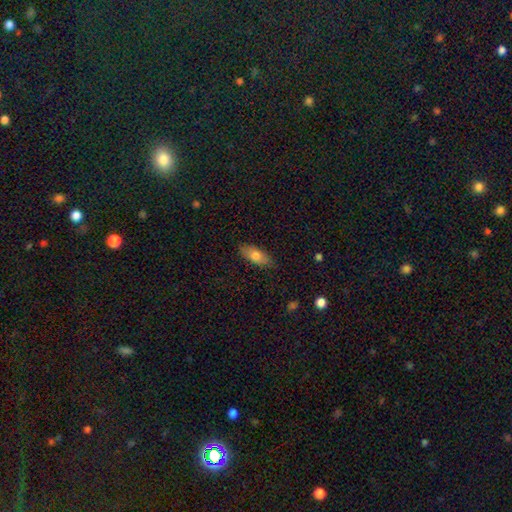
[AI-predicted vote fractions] Morphology: type=smooth (72%); roundness=in between (78%); merging=none (83%).